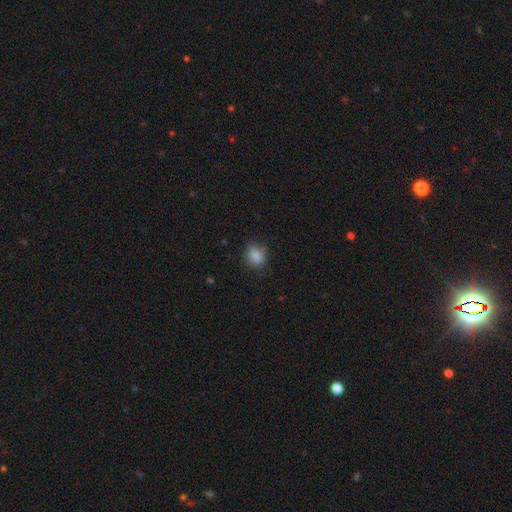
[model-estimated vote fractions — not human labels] Smooth or featured?
  - smooth: 84% *
  - star or artifact: 9%
  - featured or disk: 6%
How rounded?
  - round: 51% *
  - in between: 48%
  - cigar-shaped: 1%
Merging?
  - none: 73% *
  - minor disturbance: 20%
  - major disturbance: 5%
  - merger: 2%